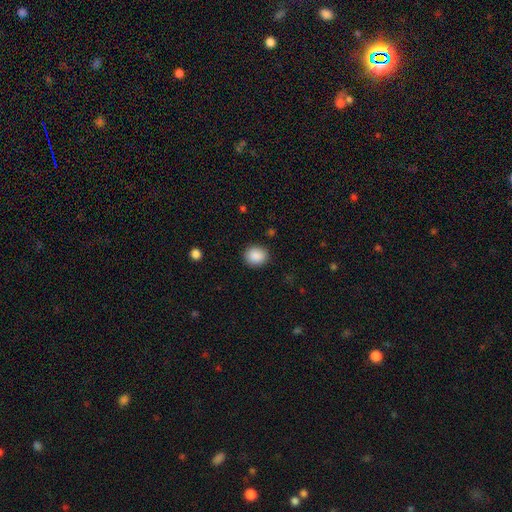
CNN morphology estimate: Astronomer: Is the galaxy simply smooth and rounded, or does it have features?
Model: smooth — 89%.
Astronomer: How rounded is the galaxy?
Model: round — 74%.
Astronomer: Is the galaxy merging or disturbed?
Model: none — 88%.